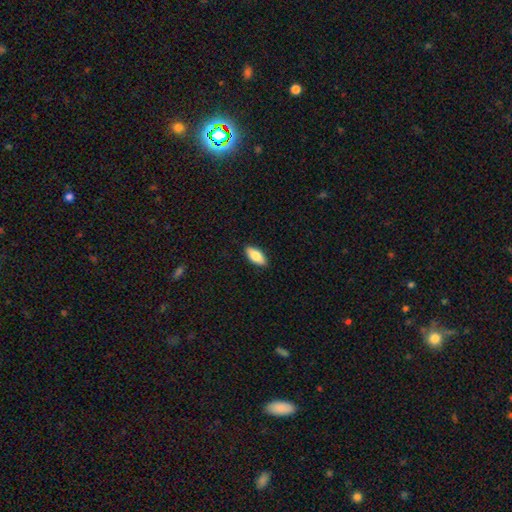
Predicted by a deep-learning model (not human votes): A smooth galaxy with no disk features (81%) that is in between round and cigar-shaped (85%).

Vote fractions:
- Smooth or featured? smooth: 81% / featured or disk: 13% / star or artifact: 6%
- How rounded? in between: 85% / cigar-shaped: 13% / round: 2%
- Merging? none: 90% / minor disturbance: 8% / major disturbance: 2% / merger: 1%